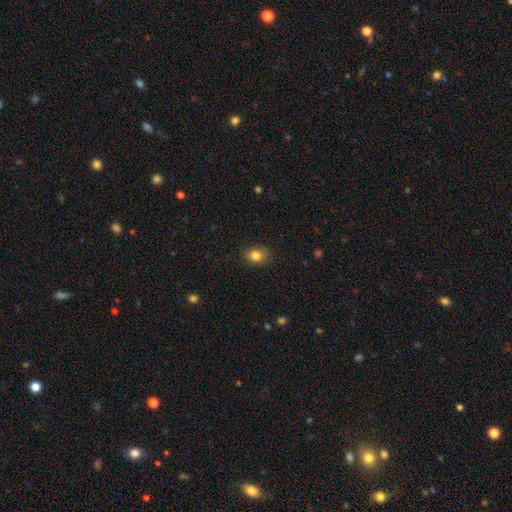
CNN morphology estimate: smooth_or_featured: smooth (p=0.82) [alt: star or artifact p=0.11]
how_rounded: in between (p=0.55) [alt: round p=0.44]
merging: none (p=0.83) [alt: minor disturbance p=0.13]